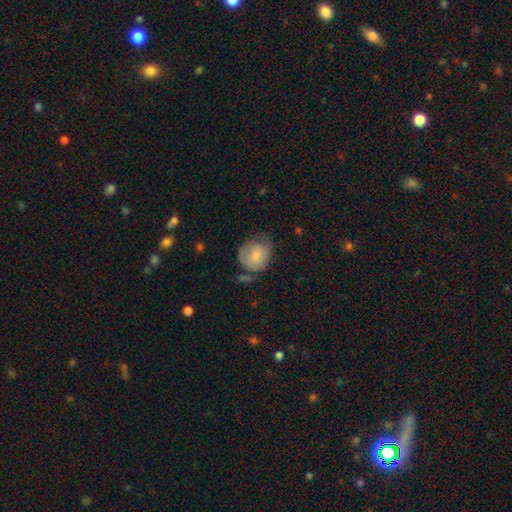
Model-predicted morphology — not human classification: This appears to be a smooth galaxy with no disk features (71%) that is round (72%). Merging: none (41%).